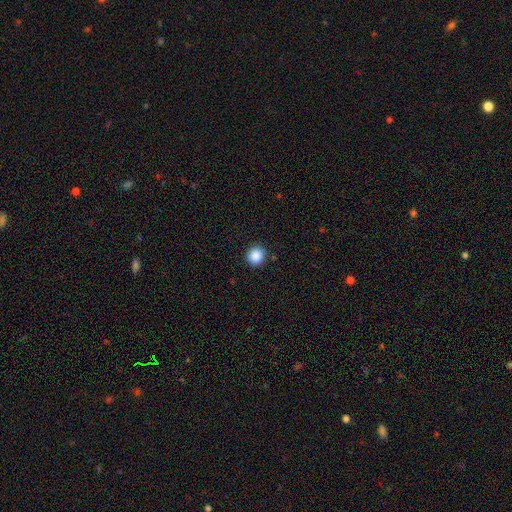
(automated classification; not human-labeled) This appears to be a smooth galaxy with no disk features (88%) that is round (93%). Merging: none (91%).